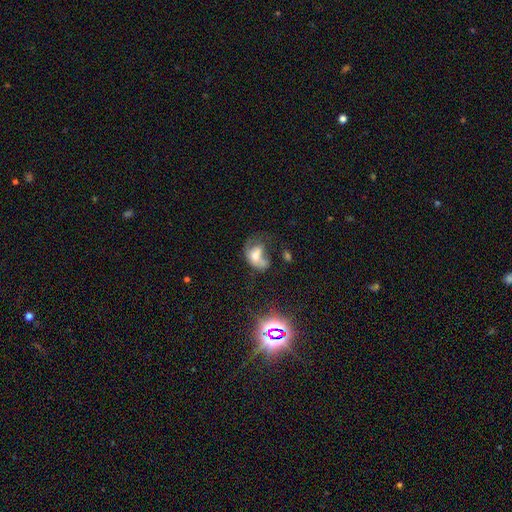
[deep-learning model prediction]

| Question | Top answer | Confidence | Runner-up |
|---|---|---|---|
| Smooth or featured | smooth | 52% | featured or disk (33%) |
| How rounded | in between | 79% | round (19%) |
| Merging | major disturbance | 41% | merger (23%) |